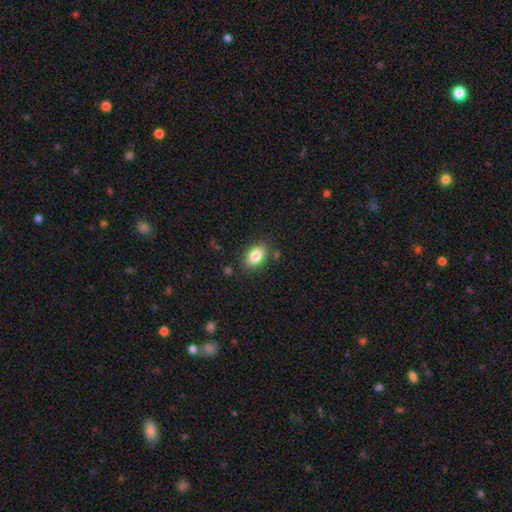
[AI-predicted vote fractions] Smooth or featured: smooth — 84% (star or artifact — 8%)
How rounded: in between — 87% (round — 11%)
Merging: none — 82% (minor disturbance — 12%)